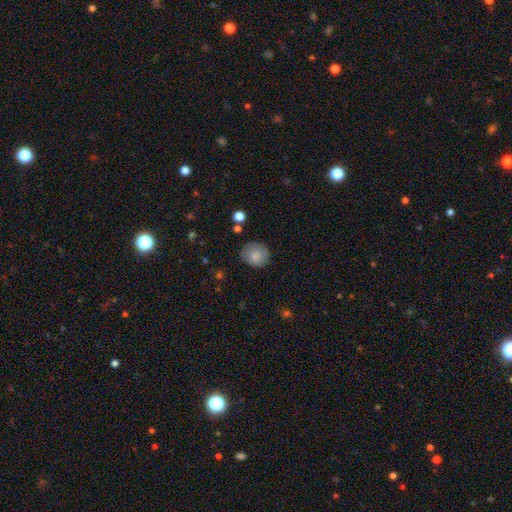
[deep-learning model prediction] The model was most divided on "merging": none: 79%, minor disturbance: 16%, major disturbance: 4%, merger: 2%. More confident: smooth or featured — smooth (83%); how rounded — round (81%).